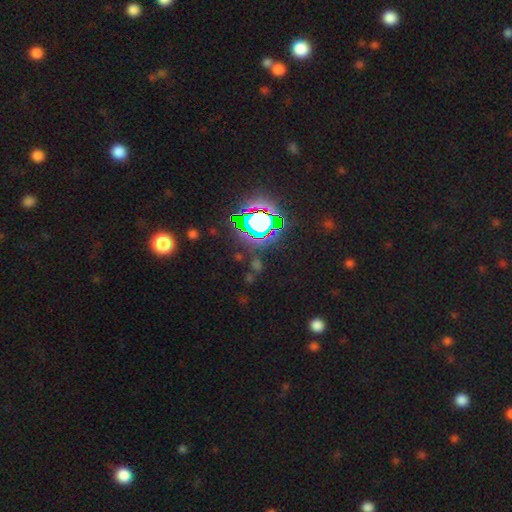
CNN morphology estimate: Smooth or featured?
  - star or artifact: 76% *
  - smooth: 15%
  - featured or disk: 9%